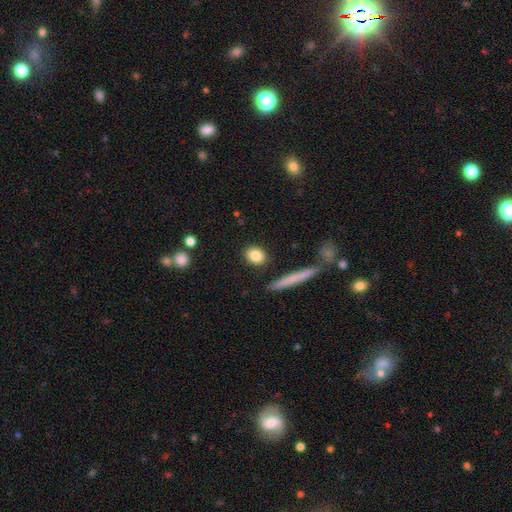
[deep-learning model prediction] Smooth or featured? Predicted: smooth (p=0.83). How rounded? Predicted: in between (p=0.49). Merging? Predicted: none (p=0.88).